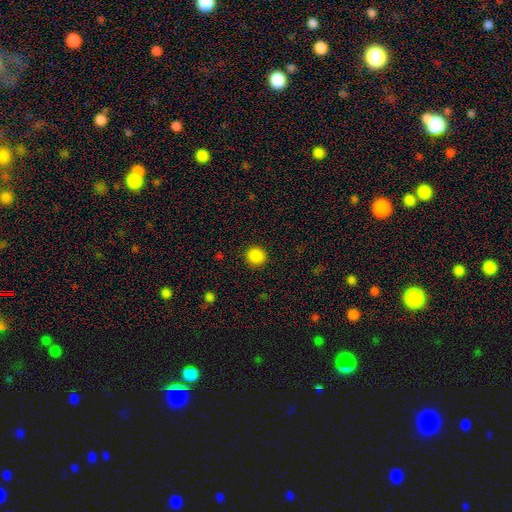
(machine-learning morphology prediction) This appears to be a smooth galaxy with no disk features (87%) that is round (91%). Merging: none (91%).